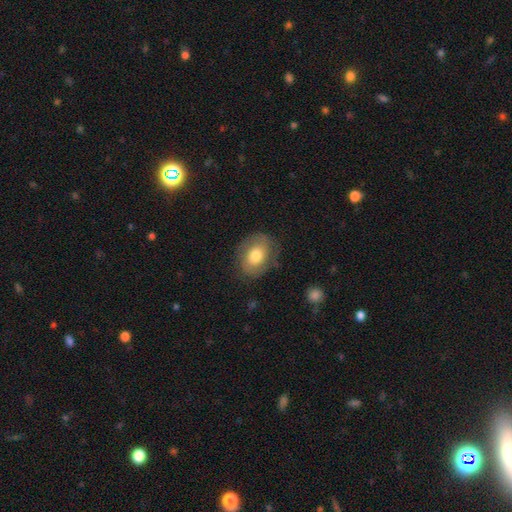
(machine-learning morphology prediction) The model was most divided on "smooth or featured": smooth: 61%, featured or disk: 32%, star or artifact: 7%. More confident: merging — none (74%); how rounded — in between (65%).